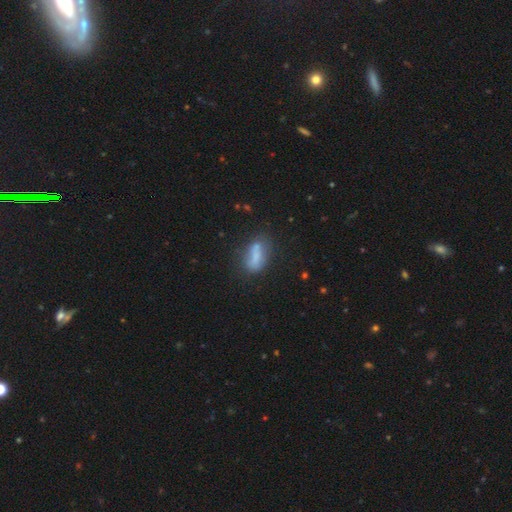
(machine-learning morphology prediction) This appears to be a smooth galaxy with no disk features (65%) that is in between round and cigar-shaped (73%). Merging: none (50%).